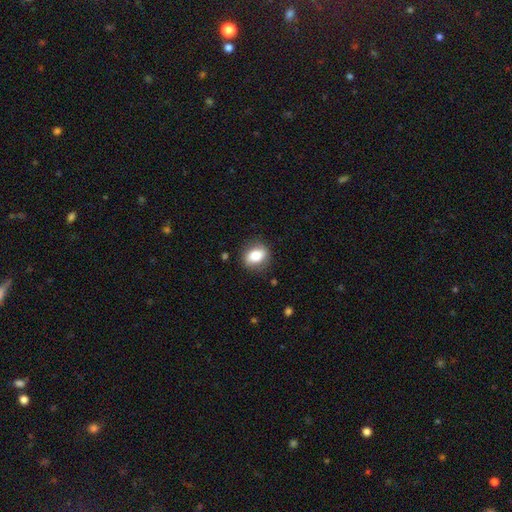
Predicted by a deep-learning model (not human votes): A smooth galaxy with no disk features (78%) that is in between round and cigar-shaped (67%). Merging: none (83%).